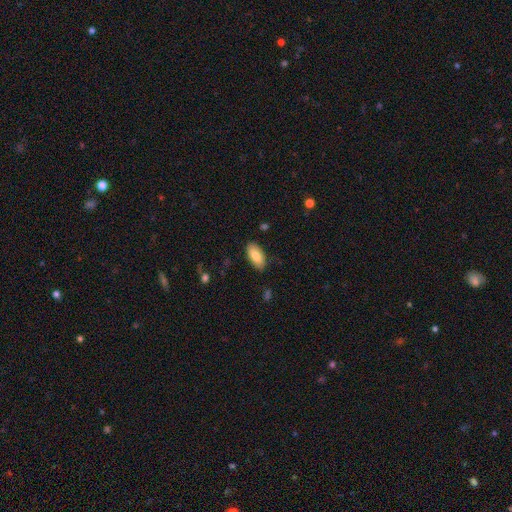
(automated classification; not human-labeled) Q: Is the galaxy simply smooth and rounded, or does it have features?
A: smooth — 82%.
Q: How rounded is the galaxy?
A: in between — 91%.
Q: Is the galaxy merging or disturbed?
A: none — 86%.